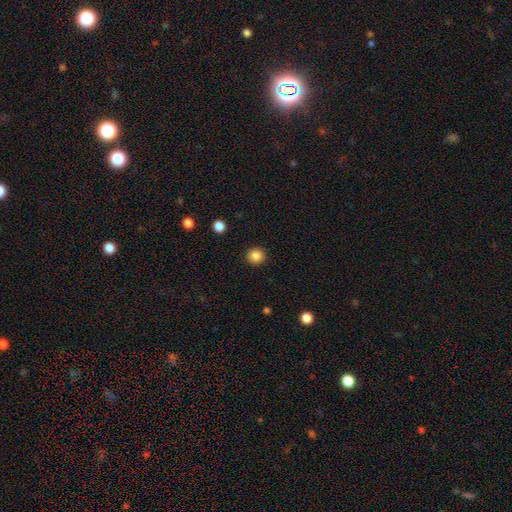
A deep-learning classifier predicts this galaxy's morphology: Smooth or featured? Predicted: smooth (p=0.85). How rounded? Predicted: round (p=0.91). Merging? Predicted: none (p=0.92).